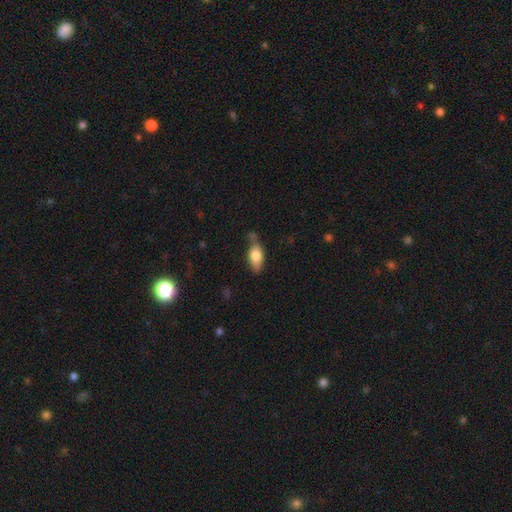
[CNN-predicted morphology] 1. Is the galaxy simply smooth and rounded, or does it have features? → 72% smooth, 21% featured or disk, 7% star or artifact.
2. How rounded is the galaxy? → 82% in between, 14% cigar-shaped, 4% round.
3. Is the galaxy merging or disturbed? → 61% none, 24% minor disturbance, 9% merger, 6% major disturbance.